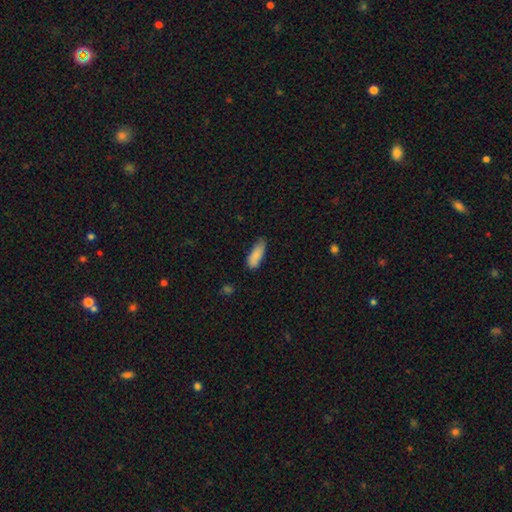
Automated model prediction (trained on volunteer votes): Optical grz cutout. It shows a smooth galaxy with no disk features (86%) that is in between round and cigar-shaped (70%). Merging: none (67%).